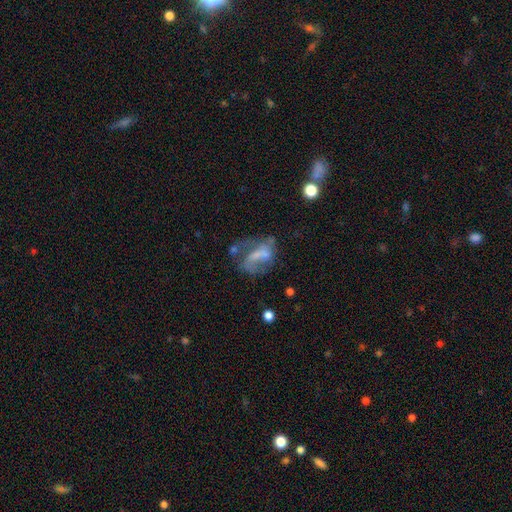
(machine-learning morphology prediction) Smooth or featured: featured or disk — 59% (smooth — 26%)
Edge-on disk: no — 95% (yes — 5%)
Bar: no — 47% (weak — 34%)
Spiral arms: yes — 55% (no — 45%)
Bulge size: none — 45% (small — 30%)
Merging: none — 36% (major disturbance — 33%)